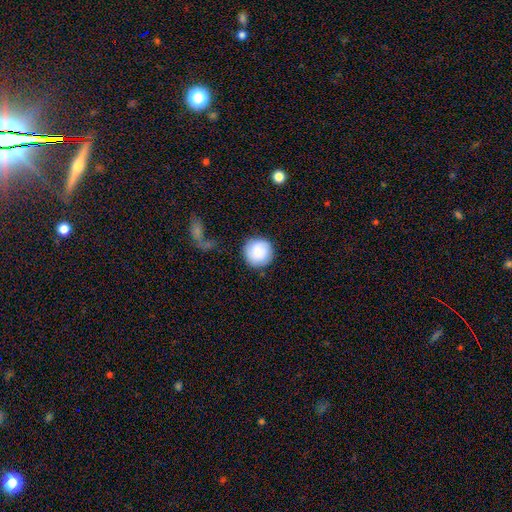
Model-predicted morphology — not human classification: A smooth galaxy with no disk features (82%) that is round (95%).

Vote fractions:
- Smooth or featured? smooth: 82% / featured or disk: 11% / star or artifact: 7%
- How rounded? round: 95% / in between: 4% / cigar-shaped: 1%
- Merging? none: 80% / minor disturbance: 12% / major disturbance: 5% / merger: 3%